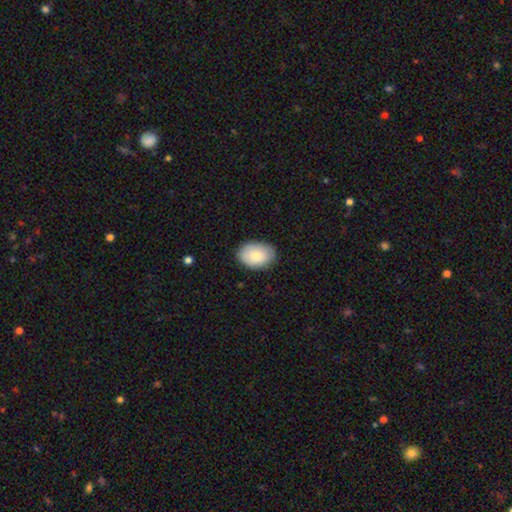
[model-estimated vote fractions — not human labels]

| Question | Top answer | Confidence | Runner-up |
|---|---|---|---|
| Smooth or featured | smooth | 79% | featured or disk (15%) |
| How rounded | in between | 81% | round (18%) |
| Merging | none | 83% | minor disturbance (13%) |